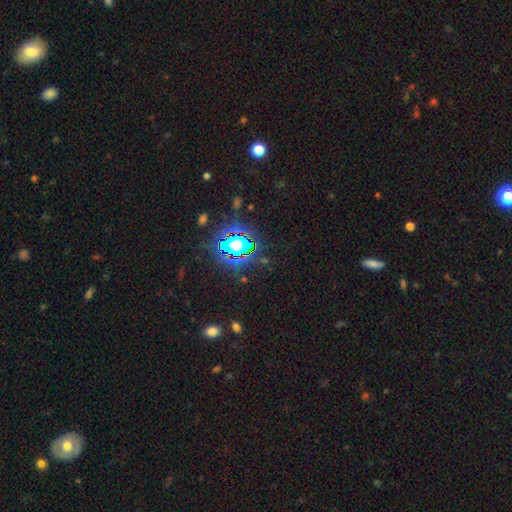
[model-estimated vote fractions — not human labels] Morphology: type=star or artifact (81%).